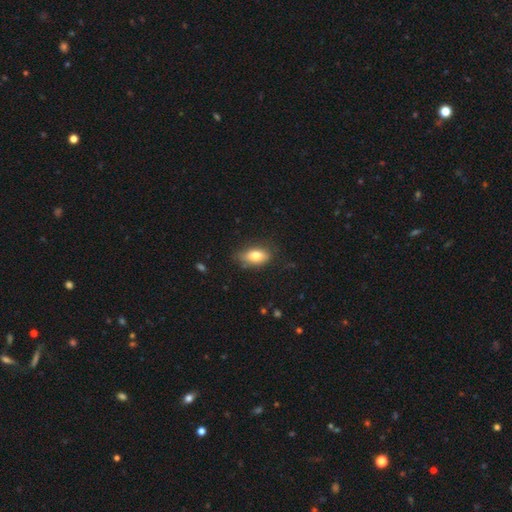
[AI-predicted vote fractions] This is likely a smooth galaxy (78%). How rounded: clearly in between (86%). Merging: likely none (74%).